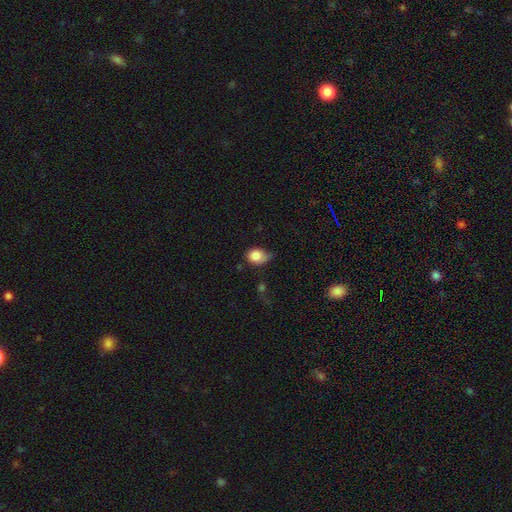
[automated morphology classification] A smooth galaxy with no disk features (81%) that is round (49%, tied with in between). Merging: minor disturbance (41%).